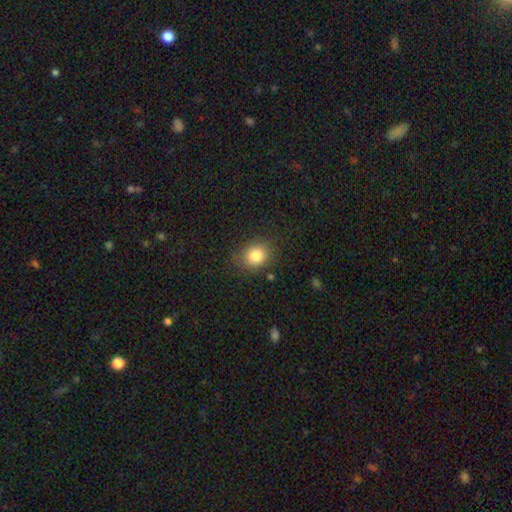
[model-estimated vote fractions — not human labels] smooth-or-featured: smooth: 82% | star or artifact: 11% | featured or disk: 7%
  how-rounded: round: 66% | in between: 33% | cigar-shaped: 1%
  merging: none: 80% | minor disturbance: 14% | major disturbance: 4% | merger: 2%